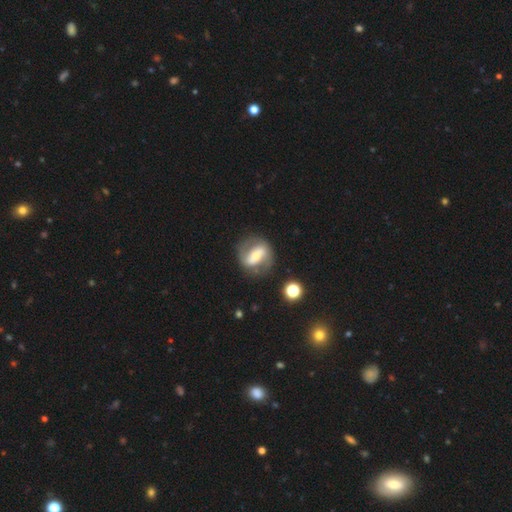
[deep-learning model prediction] This is likely a featured or disk galaxy (71%). It is clearly not viewed edge-on (94%). Bar: possibly strong (58%). Spiral arm pattern: likely yes (70%). Central bulge: possibly moderate (56%). Merging: likely none (75%).